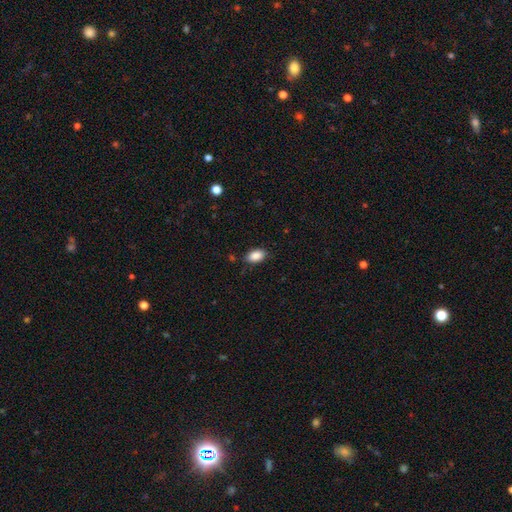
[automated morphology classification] smooth_or_featured: smooth (p=0.89) [alt: star or artifact p=0.07]
how_rounded: in between (p=0.92) [alt: round p=0.06]
merging: none (p=0.83) [alt: minor disturbance p=0.13]